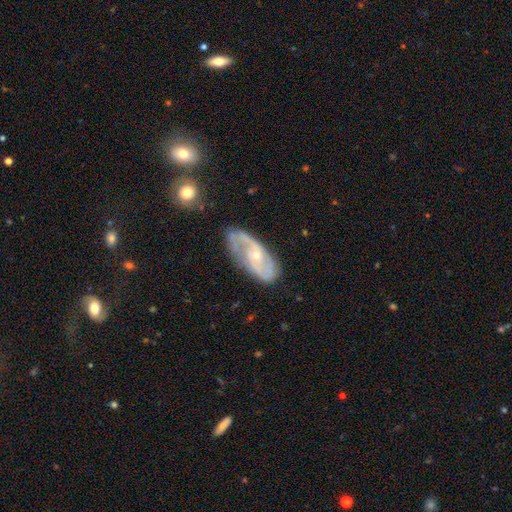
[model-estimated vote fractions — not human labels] Q: Smooth or featured?
A: featured or disk (78%); runner-up: smooth (16%)
Q: Edge-on disk?
A: no (93%); runner-up: yes (7%)
Q: Bar?
A: no (62%); runner-up: weak (31%)
Q: Spiral arms?
A: yes (89%); runner-up: no (11%)
Q: Spiral winding?
A: medium (44%); runner-up: tight (33%)
Q: Spiral arm count?
A: 2 (66%); runner-up: can't tell (20%)
Q: Bulge size?
A: small (68%); runner-up: moderate (29%)
Q: Merging?
A: none (64%); runner-up: minor disturbance (24%)